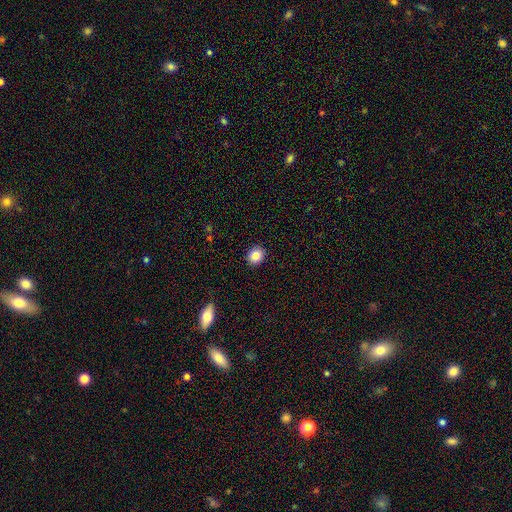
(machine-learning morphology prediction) The model was most divided on "how rounded": round: 73%, in between: 26%, cigar-shaped: 1%. More confident: merging — none (91%); smooth or featured — smooth (84%).